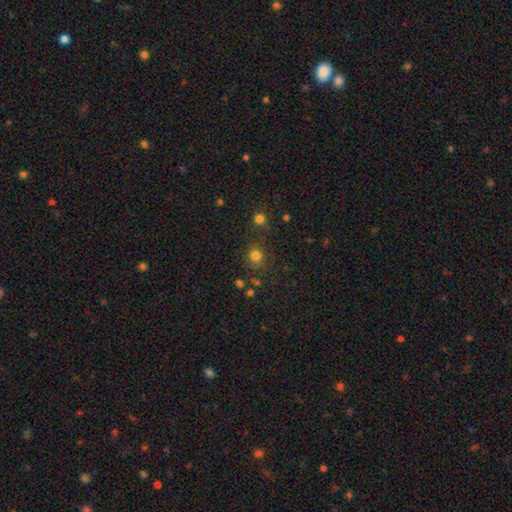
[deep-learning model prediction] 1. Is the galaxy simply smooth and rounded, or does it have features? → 77% smooth, 17% star or artifact, 6% featured or disk.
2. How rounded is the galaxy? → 87% round, 12% in between, 1% cigar-shaped.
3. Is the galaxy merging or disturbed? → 73% none, 12% minor disturbance, 9% merger, 6% major disturbance.